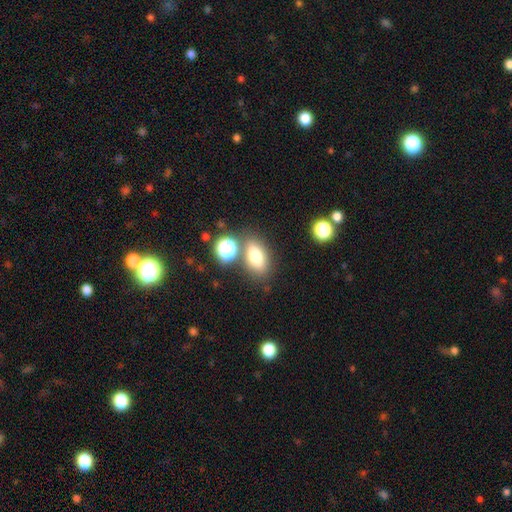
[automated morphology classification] A smooth galaxy with no disk features (73%) that is in between round and cigar-shaped (80%). Merging: none (71%).